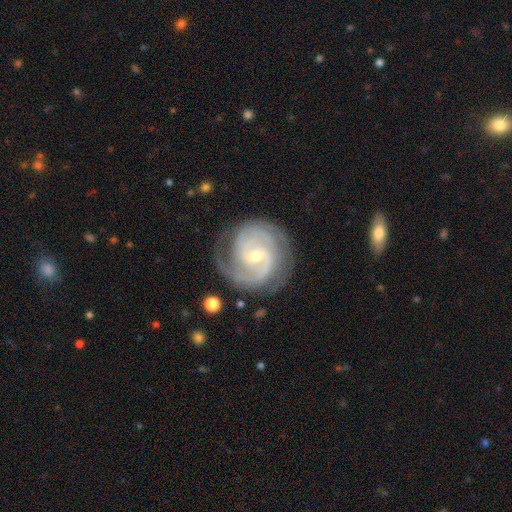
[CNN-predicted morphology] Smooth or featured? featured or disk (91%)
Edge-on disk? no (98%)
Bar? weak (50%)
Spiral arms? yes (98%)
Spiral winding? tight (66%)
Spiral arm count? 2 (48%)
Bulge size? small (52%)
Merging? none (76%)